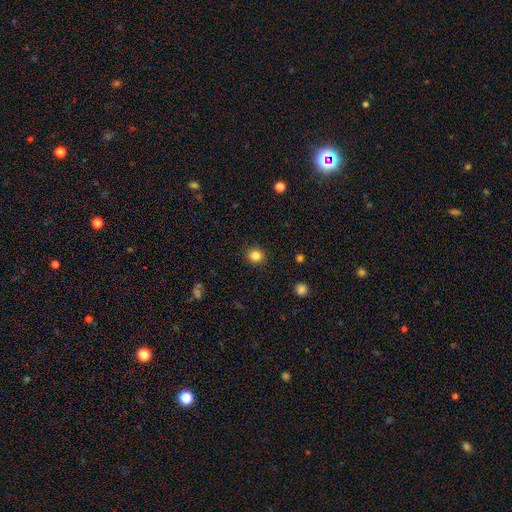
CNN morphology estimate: Smooth or featured? smooth (84%)
How rounded? round (81%)
Merging? none (91%)